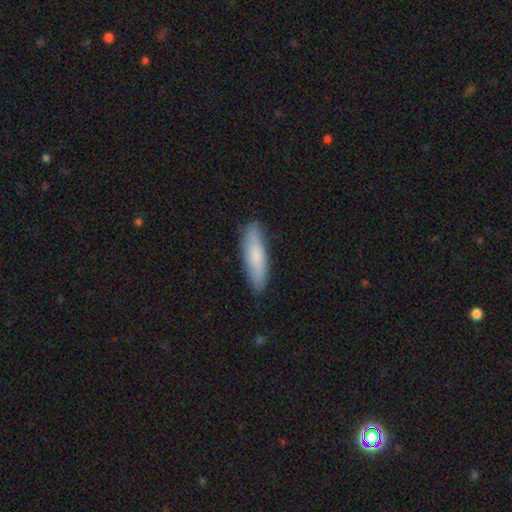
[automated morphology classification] Smooth or featured? smooth (74%)
How rounded? cigar-shaped (62%)
Merging? none (84%)